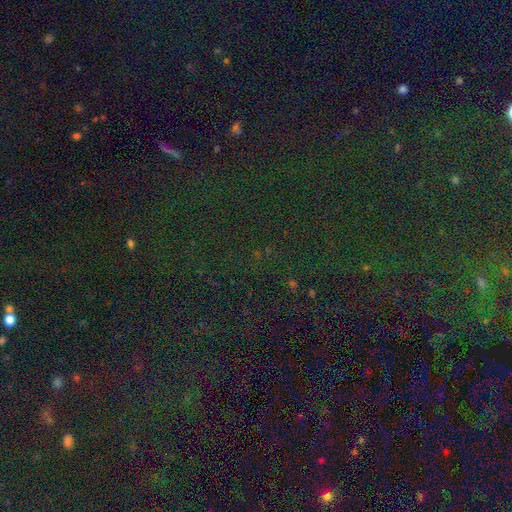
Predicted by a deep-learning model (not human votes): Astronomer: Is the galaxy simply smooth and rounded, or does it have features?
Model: star or artifact — 81%.